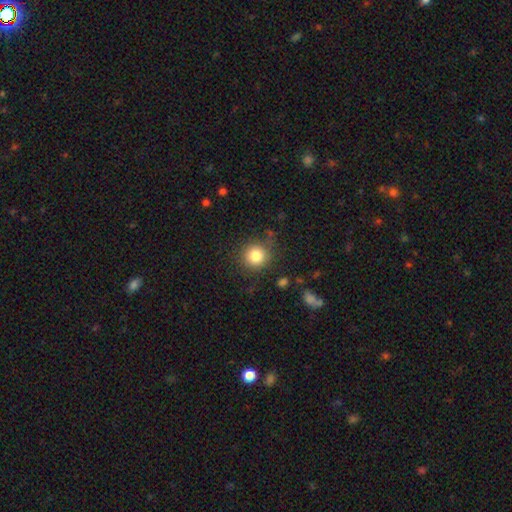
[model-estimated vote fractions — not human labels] The model was most divided on "merging": none: 81%, minor disturbance: 12%, major disturbance: 5%, merger: 2%. More confident: how rounded — round (92%); smooth or featured — smooth (83%).